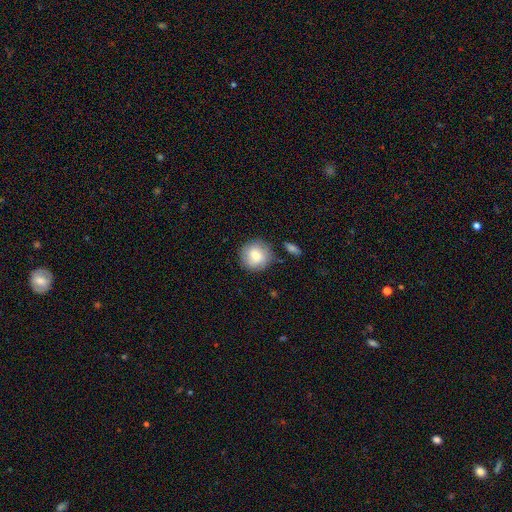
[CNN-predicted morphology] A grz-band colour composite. It shows a smooth galaxy with no disk features (78%) that is round (91%). Merging: none (78%).